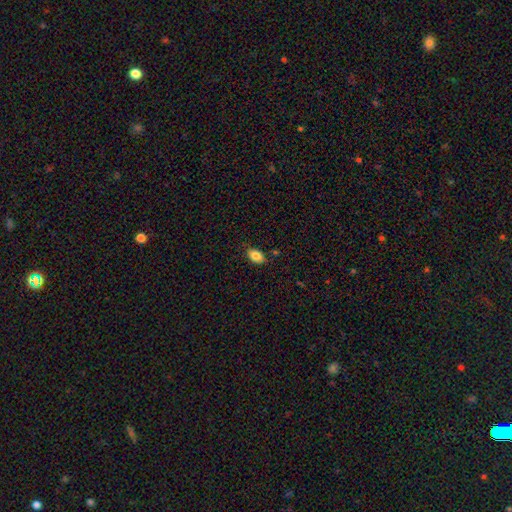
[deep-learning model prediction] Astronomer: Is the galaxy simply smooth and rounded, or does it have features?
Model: smooth — 84%.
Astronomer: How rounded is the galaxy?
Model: in between — 88%.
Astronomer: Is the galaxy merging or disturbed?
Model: none — 82%.